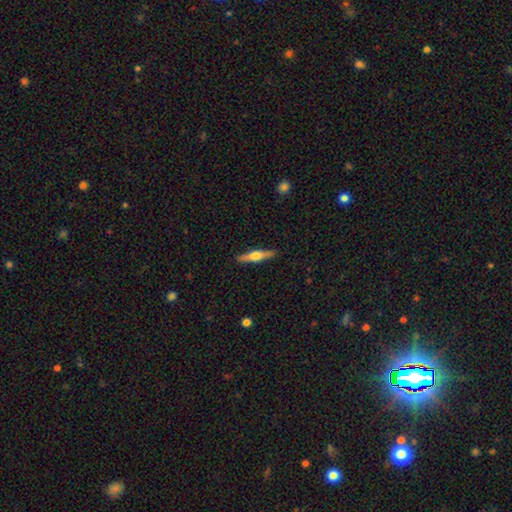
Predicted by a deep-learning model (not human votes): Smooth or featured?
  - featured or disk: 64% *
  - smooth: 30%
  - star or artifact: 6%
Edge-on disk?
  - yes: 97% *
  - no: 3%
Edge-on bulge?
  - rounded: 93% *
  - boxy: 4%
  - none: 2%
Merging?
  - none: 91% *
  - minor disturbance: 7%
  - major disturbance: 1%
  - merger: 1%